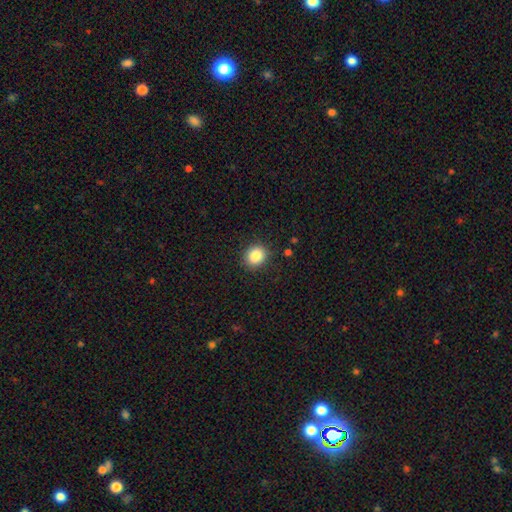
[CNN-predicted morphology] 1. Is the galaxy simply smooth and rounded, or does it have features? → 85% smooth, 10% star or artifact, 5% featured or disk.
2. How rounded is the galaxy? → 73% round, 26% in between, 1% cigar-shaped.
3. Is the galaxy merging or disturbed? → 88% none, 8% minor disturbance, 3% major disturbance, 1% merger.